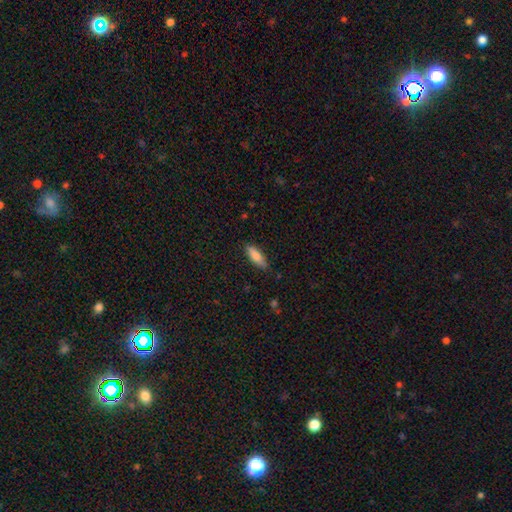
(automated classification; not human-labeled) Smooth or featured: smooth — 81% (featured or disk — 13%)
How rounded: in between — 56% (cigar-shaped — 42%)
Merging: none — 84% (minor disturbance — 12%)